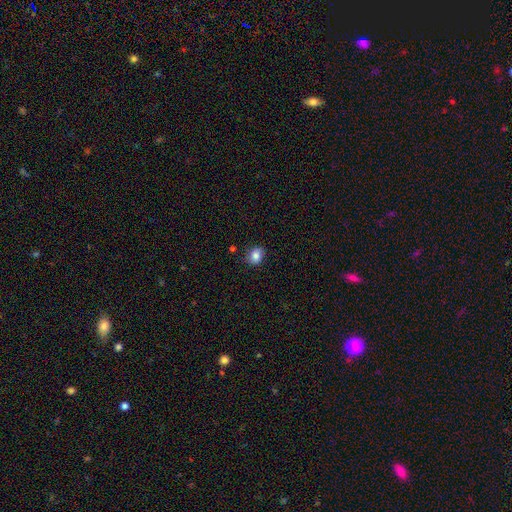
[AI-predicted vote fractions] Smooth or featured?
  - smooth: 82% *
  - star or artifact: 10%
  - featured or disk: 9%
How rounded?
  - round: 51% *
  - in between: 47%
  - cigar-shaped: 1%
Merging?
  - none: 78% *
  - minor disturbance: 17%
  - major disturbance: 3%
  - merger: 2%